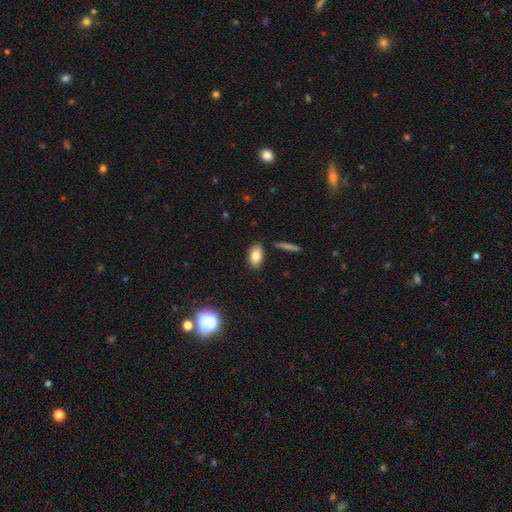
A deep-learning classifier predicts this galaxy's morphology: Smooth or featured?
  - smooth: 81% *
  - featured or disk: 10%
  - star or artifact: 9%
How rounded?
  - in between: 89% *
  - round: 7%
  - cigar-shaped: 4%
Merging?
  - none: 86% *
  - minor disturbance: 9%
  - merger: 3%
  - major disturbance: 2%